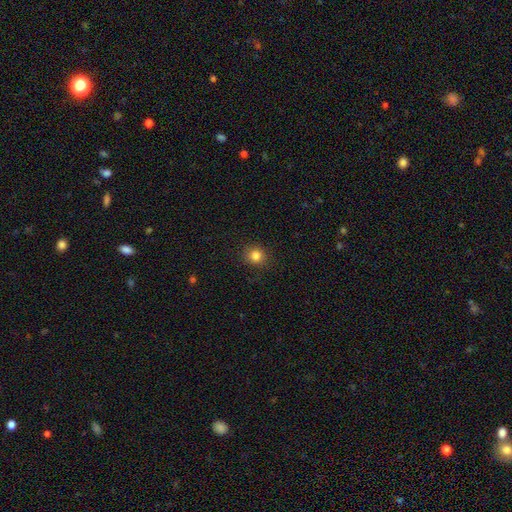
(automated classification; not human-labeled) This appears to be a smooth galaxy with no disk features (82%) that is round (85%). Merging: none (89%).